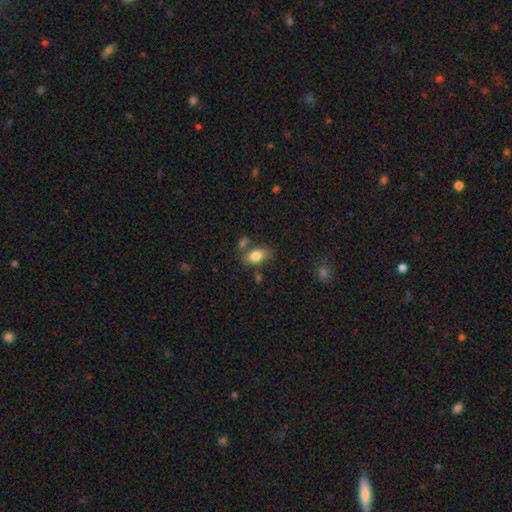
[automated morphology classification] smooth-or-featured: smooth: 81% | featured or disk: 11% | star or artifact: 8%
  how-rounded: in between: 87% | round: 10% | cigar-shaped: 3%
  merging: none: 65% | minor disturbance: 16% | merger: 14% | major disturbance: 5%